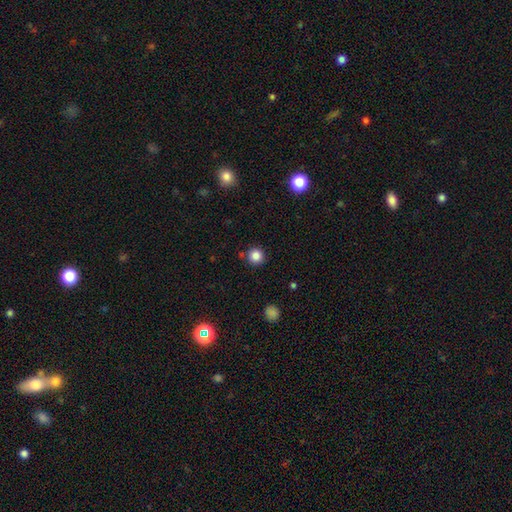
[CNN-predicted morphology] Overall: smooth (84%). How rounded: round (94%). Merging: none (88%).